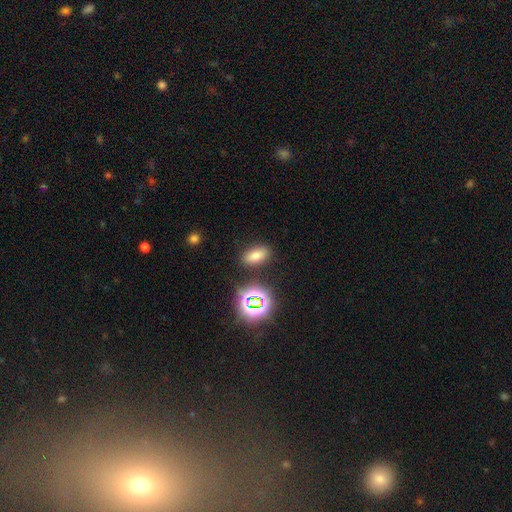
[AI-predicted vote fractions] Q: Smooth or featured?
A: smooth (72%); runner-up: star or artifact (19%)
Q: How rounded?
A: in between (84%); runner-up: round (10%)
Q: Merging?
A: none (86%); runner-up: minor disturbance (8%)